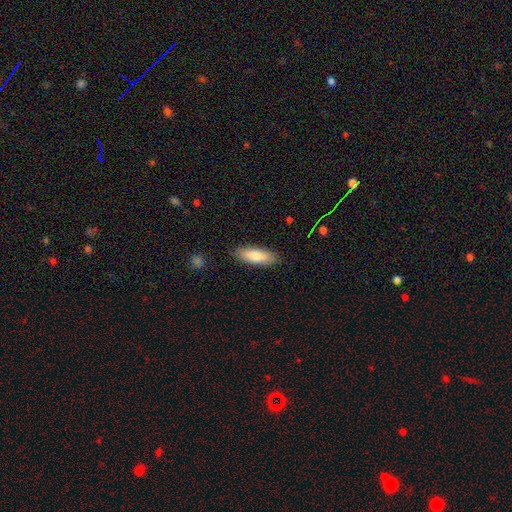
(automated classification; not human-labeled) Smooth or featured?
  - smooth: 78% *
  - featured or disk: 16%
  - star or artifact: 6%
How rounded?
  - in between: 53% *
  - cigar-shaped: 45%
  - round: 2%
Merging?
  - none: 88% *
  - minor disturbance: 9%
  - major disturbance: 2%
  - merger: 1%